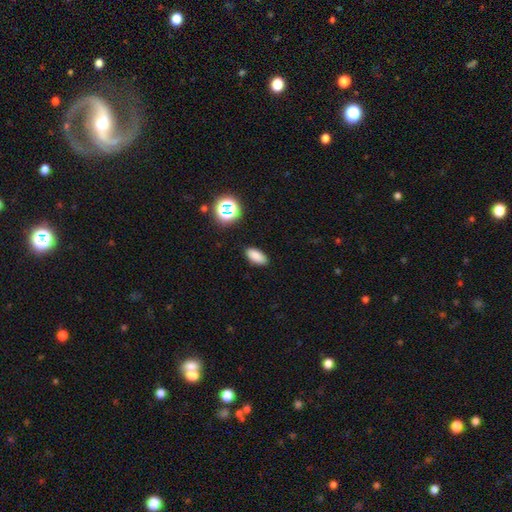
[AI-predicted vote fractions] Smooth or featured?
  - smooth: 83% *
  - star or artifact: 12%
  - featured or disk: 5%
How rounded?
  - in between: 88% *
  - cigar-shaped: 8%
  - round: 4%
Merging?
  - none: 89% *
  - minor disturbance: 8%
  - major disturbance: 2%
  - merger: 1%